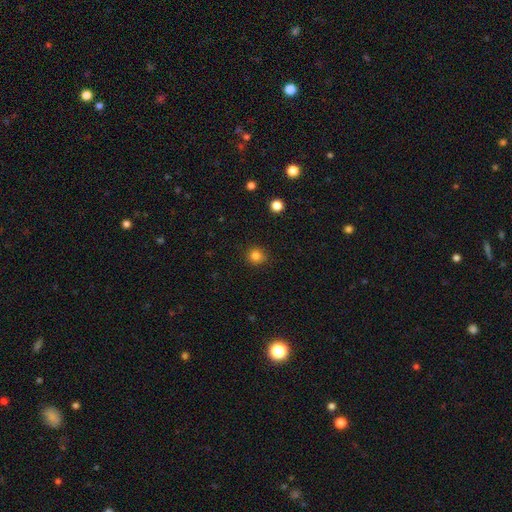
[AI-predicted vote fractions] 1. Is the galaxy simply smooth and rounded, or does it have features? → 83% smooth, 12% star or artifact, 4% featured or disk.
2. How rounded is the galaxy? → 92% round, 7% in between, 1% cigar-shaped.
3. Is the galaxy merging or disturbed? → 88% none, 9% minor disturbance, 2% major disturbance, 1% merger.